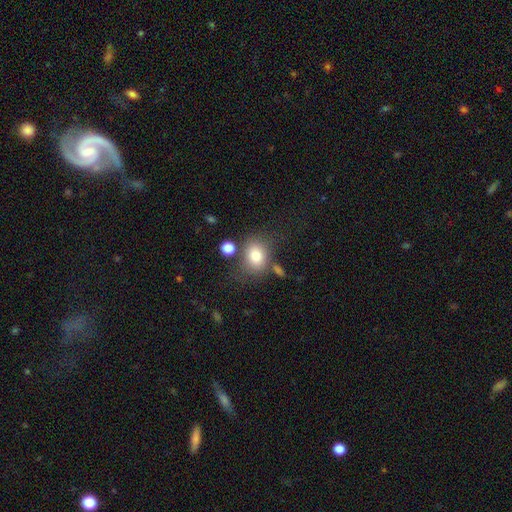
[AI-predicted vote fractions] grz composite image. It shows a smooth galaxy with no disk features (80%) that is in between round and cigar-shaped (52%). Merging: none (65%).